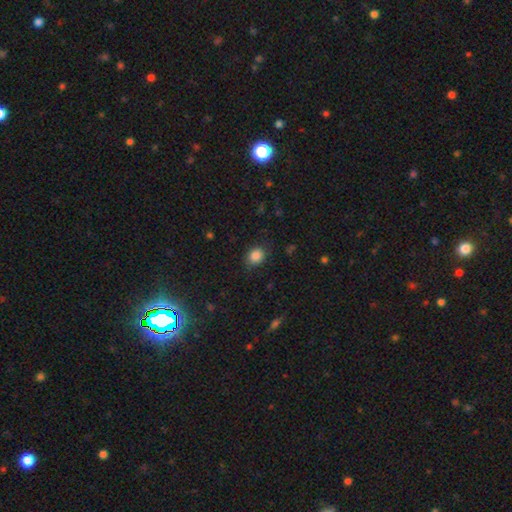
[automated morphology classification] Smooth or featured? smooth (86%)
How rounded? round (58%)
Merging? none (81%)